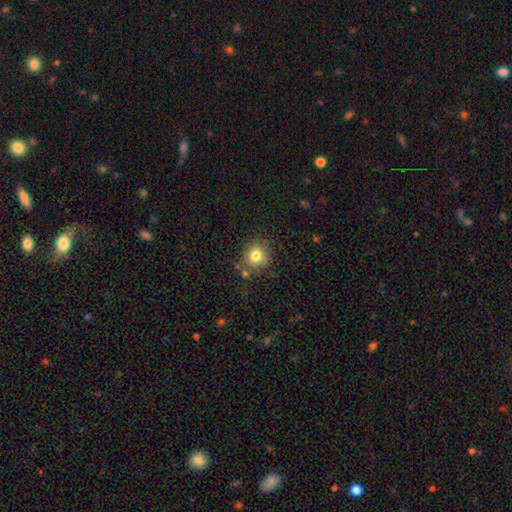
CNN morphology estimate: Smooth or featured? Predicted: smooth (p=0.80). How rounded? Predicted: round (p=0.83). Merging? Predicted: none (p=0.75).